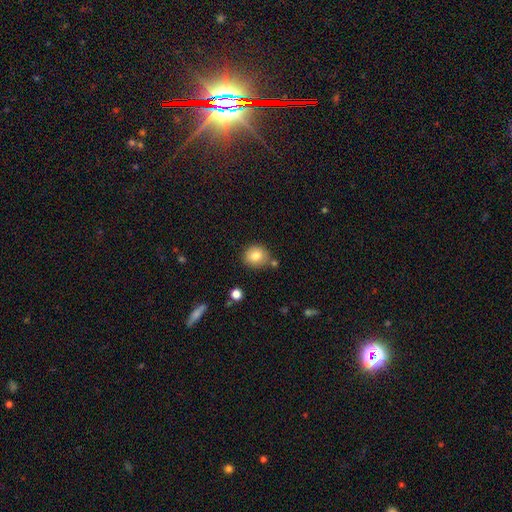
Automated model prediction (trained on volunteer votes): Morphology: type=smooth (80%); roundness=round (84%); merging=none (76%).